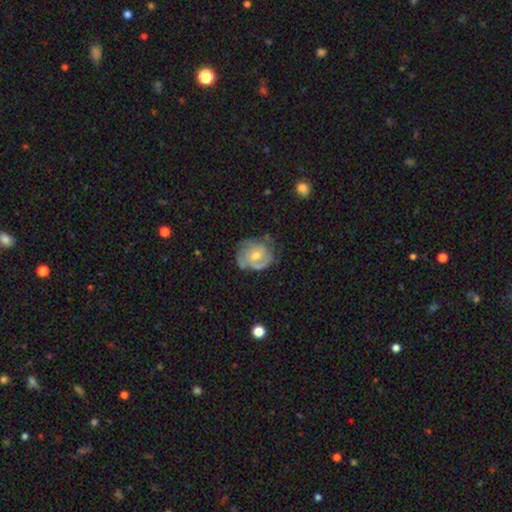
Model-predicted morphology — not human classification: A featured or disk galaxy (72%) with no bar (64%), 2 (44%) tight (55%) spiral arms (86%) and a moderate central bulge (49%).

Vote fractions:
- Smooth or featured? featured or disk: 72% / smooth: 21% / star or artifact: 7%
- Edge-on disk? no: 98% / yes: 2%
- Bar? no: 64% / weak: 31% / strong: 6%
- Spiral arms? yes: 86% / no: 14%
- Spiral winding? tight: 55% / medium: 35% / loose: 10%
- Spiral arm count? 2: 44% / can't tell: 28% / 3: 15% / 1: 7% / 4: 3% / more than 4: 3%
- Bulge size? moderate: 49% / small: 46% / none: 2% / large: 2% / dominant: 1%
- Merging? none: 62% / minor disturbance: 25% / major disturbance: 11% / merger: 3%